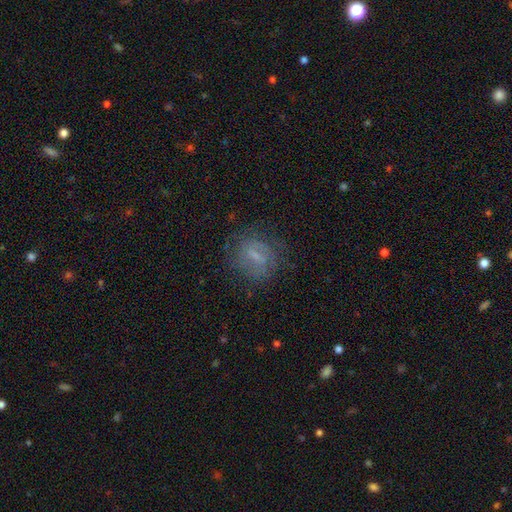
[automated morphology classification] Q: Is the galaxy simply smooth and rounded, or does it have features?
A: featured or disk — 51%.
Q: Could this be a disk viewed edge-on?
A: no — 94%.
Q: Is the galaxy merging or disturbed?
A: none — 70%.